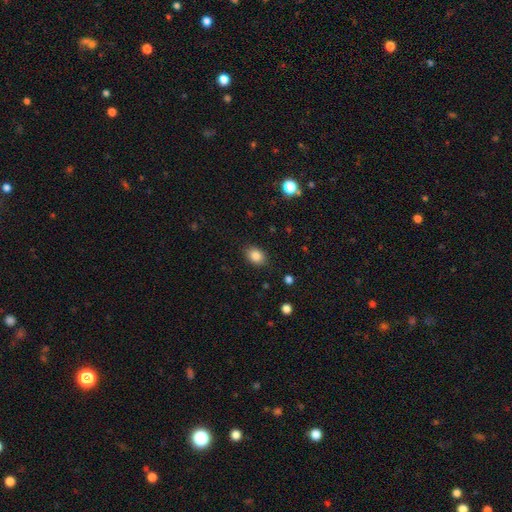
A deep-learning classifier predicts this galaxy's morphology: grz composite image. It shows a smooth galaxy with no disk features (85%) that is in between round and cigar-shaped (69%). Merging: none (86%).